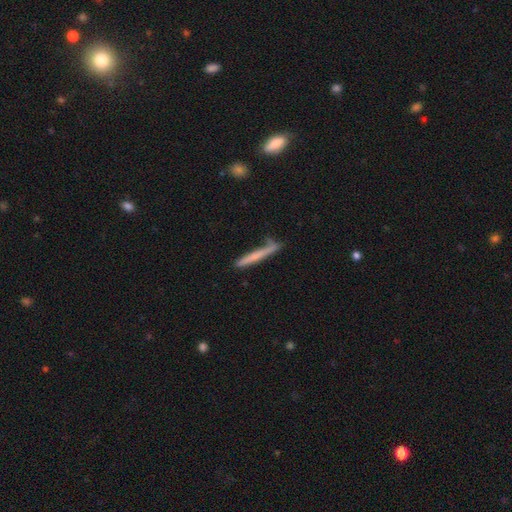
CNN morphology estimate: Smooth or featured? smooth (59%)
How rounded? cigar-shaped (96%)
Merging? none (70%)